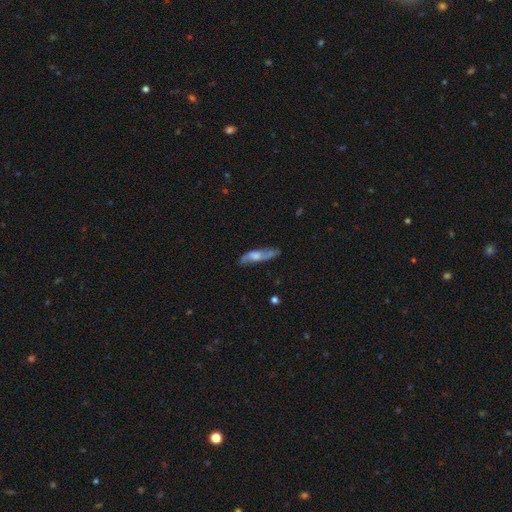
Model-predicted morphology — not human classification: Smooth or featured? Predicted: featured or disk (p=0.52). Edge-on disk? Predicted: no (p=0.54). Merging? Predicted: none (p=0.70).